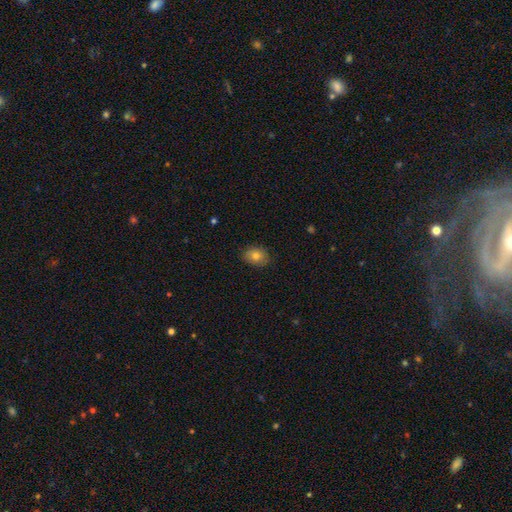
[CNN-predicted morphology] Smooth or featured?
  - smooth: 79% *
  - featured or disk: 12%
  - star or artifact: 9%
How rounded?
  - in between: 65% *
  - round: 33%
  - cigar-shaped: 1%
Merging?
  - none: 84% *
  - minor disturbance: 12%
  - major disturbance: 2%
  - merger: 1%